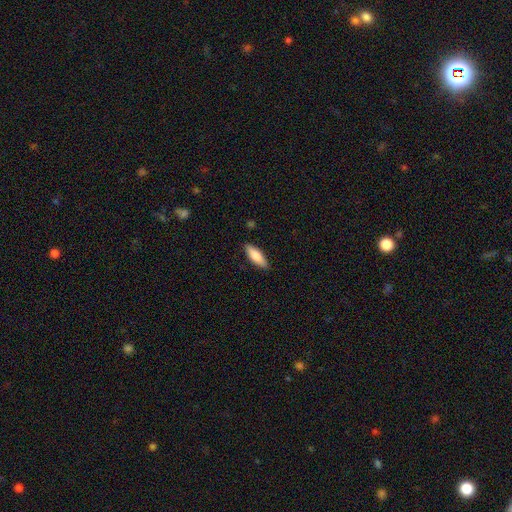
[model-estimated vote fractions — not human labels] Morphology: type=smooth (82%); roundness=in between (61%); merging=none (87%).